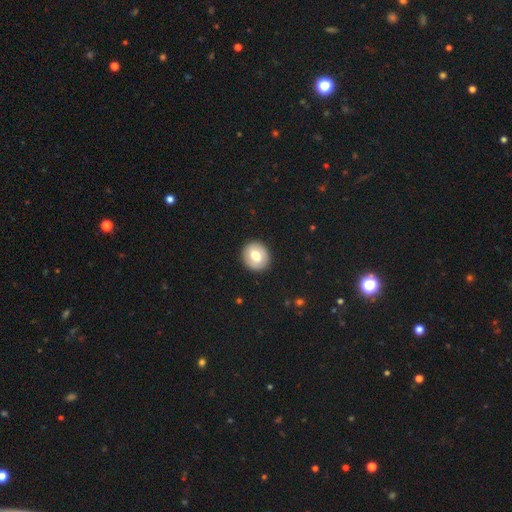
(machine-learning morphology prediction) The model was most divided on "smooth or featured": smooth: 67%, featured or disk: 26%, star or artifact: 7%. More confident: merging — none (90%); how rounded — round (78%).